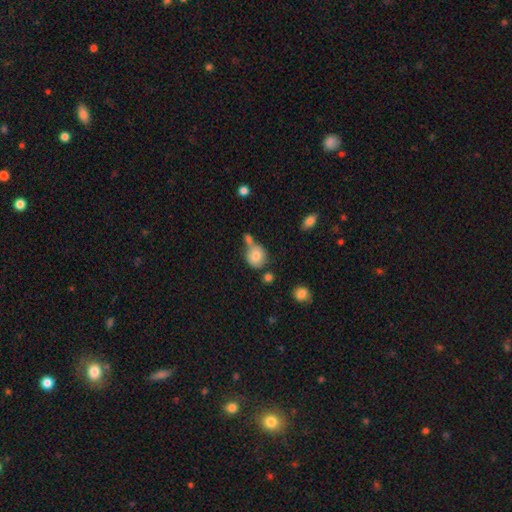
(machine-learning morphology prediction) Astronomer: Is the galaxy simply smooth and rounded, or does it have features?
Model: smooth — 79%.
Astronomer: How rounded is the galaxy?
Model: round — 77%.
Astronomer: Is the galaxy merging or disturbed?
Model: none — 48% (runner-up: merger, 31%).